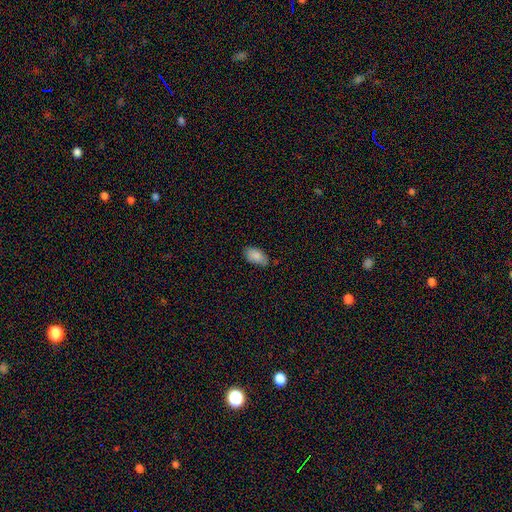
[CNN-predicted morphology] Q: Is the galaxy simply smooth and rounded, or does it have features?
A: smooth — 86%.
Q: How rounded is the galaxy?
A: in between — 94%.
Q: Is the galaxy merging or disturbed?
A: none — 72%.